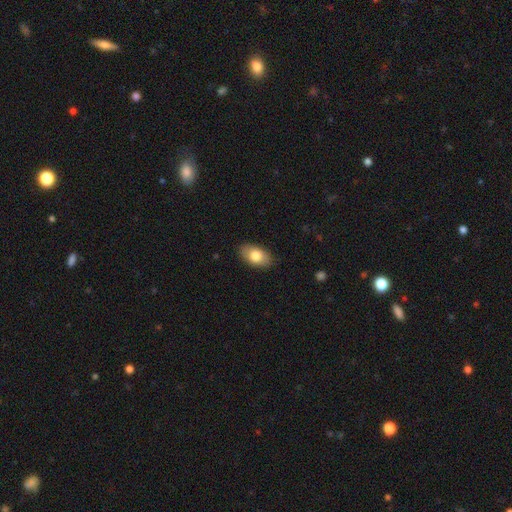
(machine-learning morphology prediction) Q: Smooth or featured?
A: smooth (80%); runner-up: featured or disk (14%)
Q: How rounded?
A: in between (92%); runner-up: round (6%)
Q: Merging?
A: none (87%); runner-up: minor disturbance (10%)